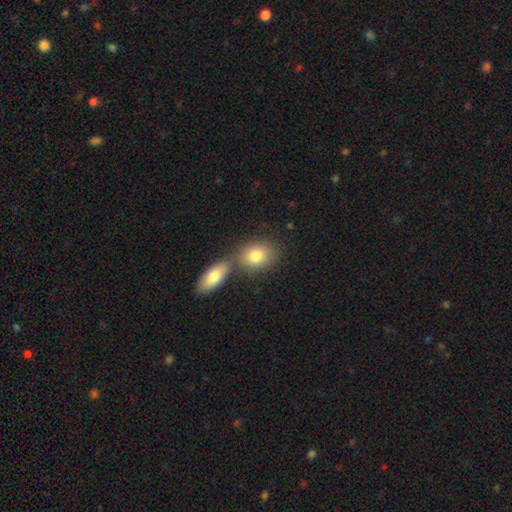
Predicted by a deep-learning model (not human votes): The model was most divided on "merging": none: 52%, merger: 36%, minor disturbance: 10%, major disturbance: 3%. More confident: smooth or featured — smooth (81%); how rounded — in between (64%).